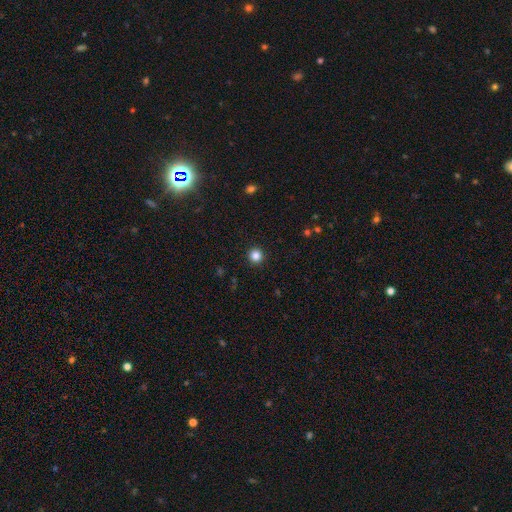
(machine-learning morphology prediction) Smooth or featured: smooth — 84% (star or artifact — 12%)
How rounded: round — 96% (in between — 3%)
Merging: none — 93% (minor disturbance — 4%)